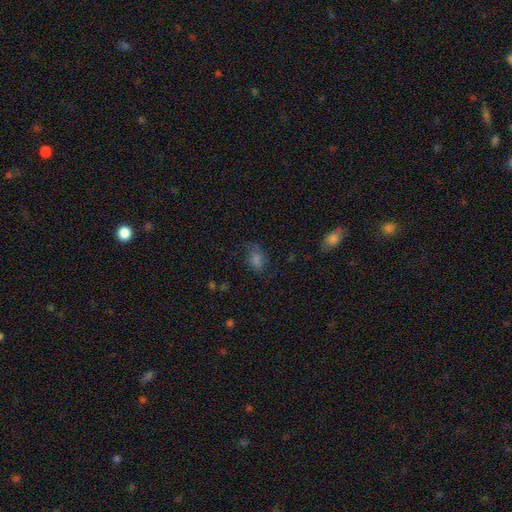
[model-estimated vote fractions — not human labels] Smooth or featured? smooth (64%)
How rounded? in between (69%)
Merging? none (60%)